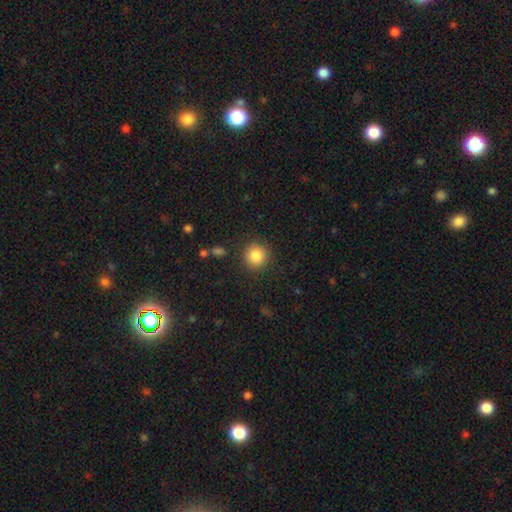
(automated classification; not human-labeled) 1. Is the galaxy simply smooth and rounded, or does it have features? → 85% smooth, 10% star or artifact, 5% featured or disk.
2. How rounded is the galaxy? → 93% round, 6% in between, 1% cigar-shaped.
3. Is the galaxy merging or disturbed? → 89% none, 7% minor disturbance, 3% major disturbance, 2% merger.